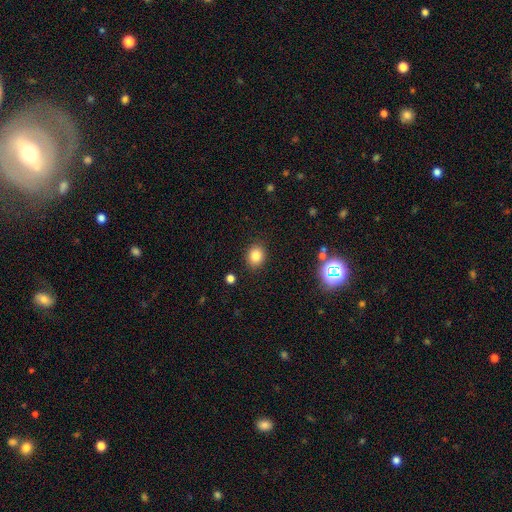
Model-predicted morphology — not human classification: type=smooth (83%); roundness=round (62%); merging=none (88%).